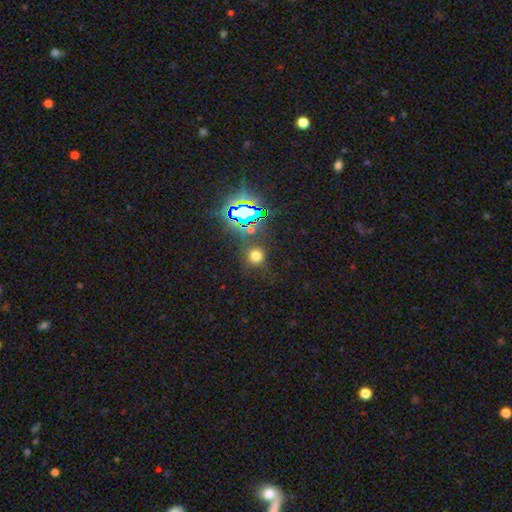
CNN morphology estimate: Smooth or featured: smooth — 61% (star or artifact — 31%)
How rounded: round — 89% (in between — 10%)
Merging: none — 79% (minor disturbance — 10%)